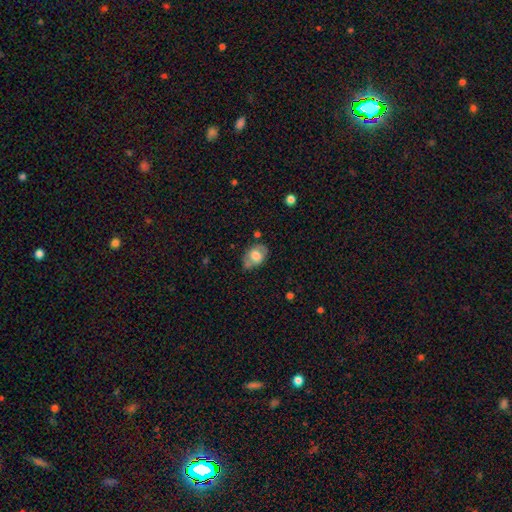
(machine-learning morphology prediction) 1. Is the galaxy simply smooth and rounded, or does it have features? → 62% smooth, 31% featured or disk, 7% star or artifact.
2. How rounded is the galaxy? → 75% in between, 24% round, 1% cigar-shaped.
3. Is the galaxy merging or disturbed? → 63% none, 25% minor disturbance, 7% major disturbance, 6% merger.